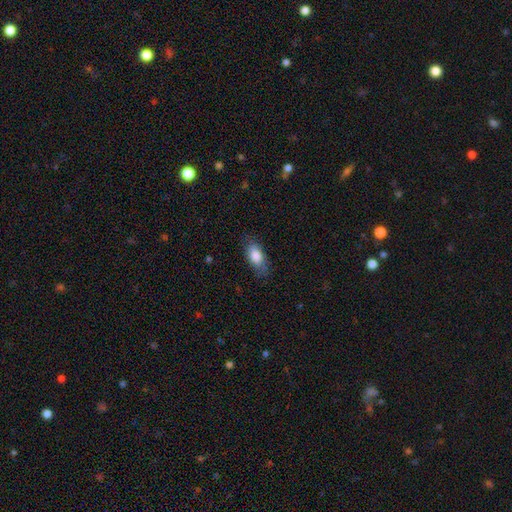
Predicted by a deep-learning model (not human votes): Morphology: type=smooth (81%); roundness=in between (87%); merging=none (75%).